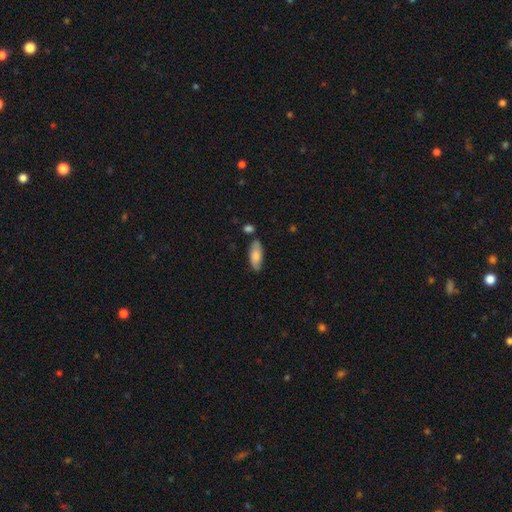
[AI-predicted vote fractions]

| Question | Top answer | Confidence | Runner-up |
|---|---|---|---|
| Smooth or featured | smooth | 78% | featured or disk (16%) |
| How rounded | in between | 80% | cigar-shaped (19%) |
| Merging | none | 78% | minor disturbance (15%) |